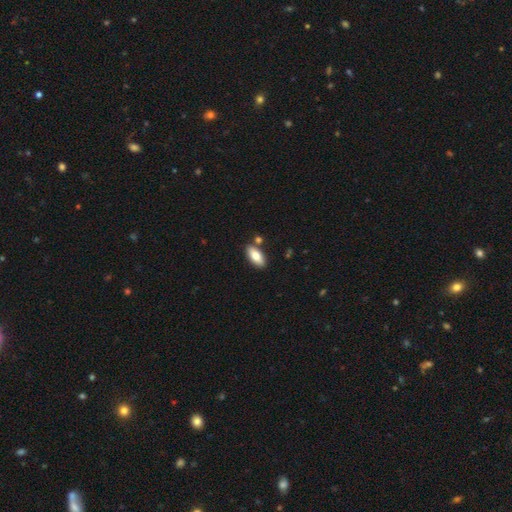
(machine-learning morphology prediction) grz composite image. It shows a smooth galaxy with no disk features (80%) that is in between round and cigar-shaped (88%). Merging: none (82%).